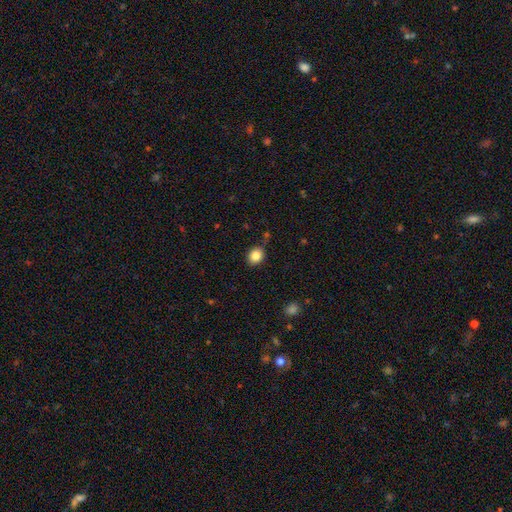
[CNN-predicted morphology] smooth 85%, star or artifact 10%, featured or disk 5%. Down the decision tree: how rounded — round (62%); merging — none (81%).